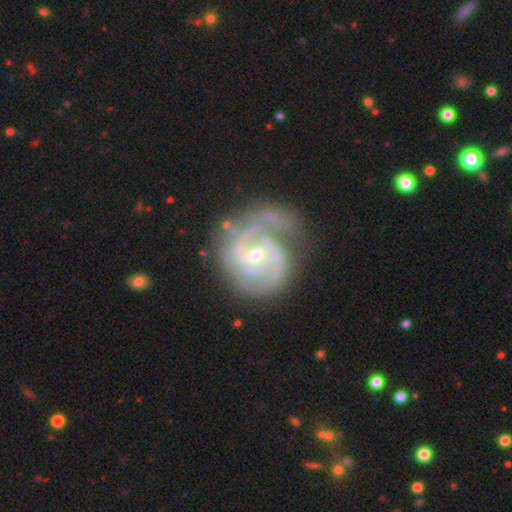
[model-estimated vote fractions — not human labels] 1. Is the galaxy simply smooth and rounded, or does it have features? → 91% featured or disk, 5% smooth, 5% star or artifact.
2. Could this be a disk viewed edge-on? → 98% no, 2% yes.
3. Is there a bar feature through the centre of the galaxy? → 49% weak, 38% no, 12% strong.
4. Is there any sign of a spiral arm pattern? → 98% yes, 2% no.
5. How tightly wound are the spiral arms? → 53% tight, 39% medium, 8% loose.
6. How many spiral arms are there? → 49% 2, 22% 3, 14% can't tell, 5% 1, 5% 4, 4% more than 4.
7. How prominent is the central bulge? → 51% small, 45% moderate, 2% large, 1% none, 1% dominant.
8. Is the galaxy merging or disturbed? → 58% none, 23% minor disturbance, 15% major disturbance, 3% merger.